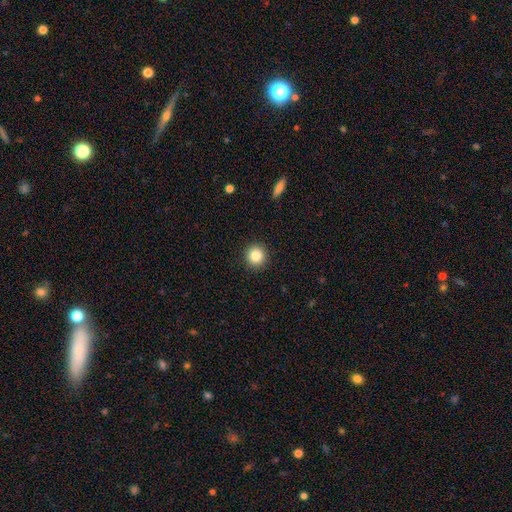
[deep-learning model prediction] Q: Smooth or featured?
A: smooth (85%); runner-up: star or artifact (10%)
Q: How rounded?
A: round (93%); runner-up: in between (6%)
Q: Merging?
A: none (92%); runner-up: minor disturbance (5%)